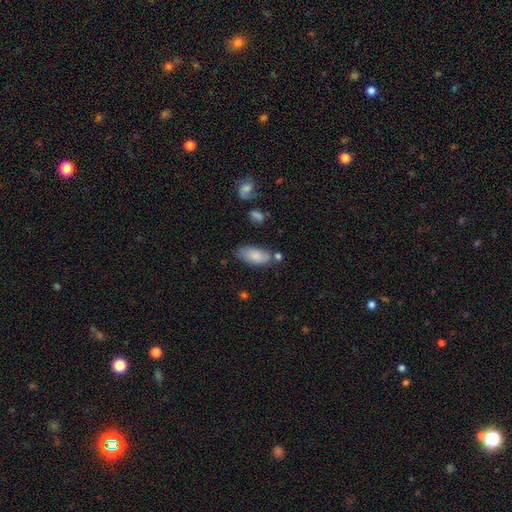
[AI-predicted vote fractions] Overall: smooth (81%). How rounded: in between (88%). Merging: none (63%; minor disturbance 23%).